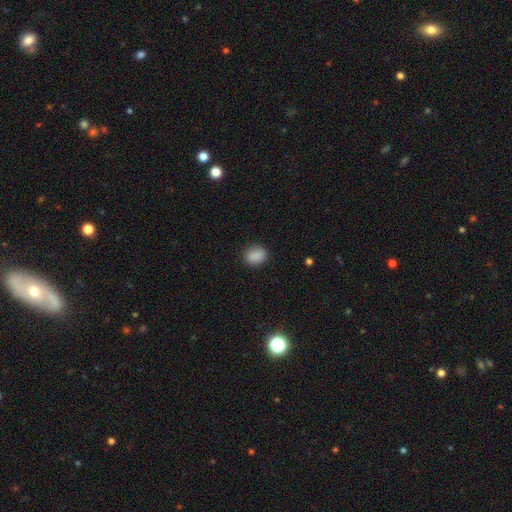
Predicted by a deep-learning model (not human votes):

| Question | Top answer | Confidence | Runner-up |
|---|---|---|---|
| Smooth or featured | smooth | 88% | star or artifact (8%) |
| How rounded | in between | 54% | round (45%) |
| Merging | none | 87% | minor disturbance (10%) |